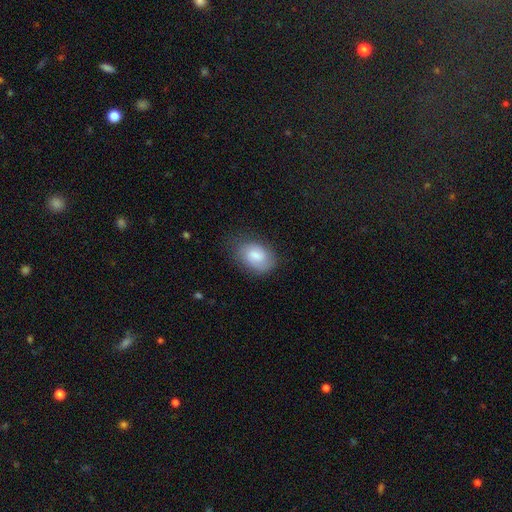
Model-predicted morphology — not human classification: The model was most divided on "smooth or featured": smooth: 72%, featured or disk: 21%, star or artifact: 7%. More confident: how rounded — in between (82%); merging — none (74%).